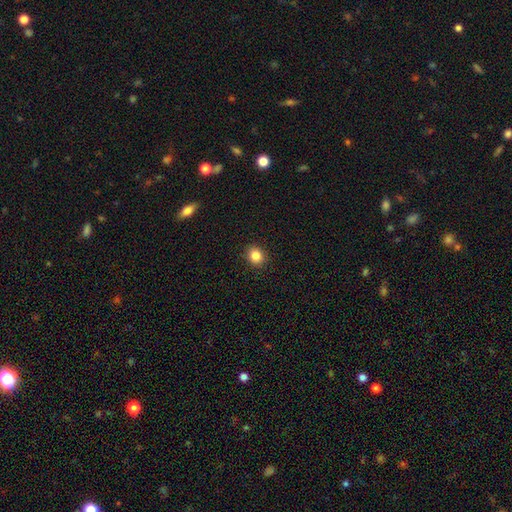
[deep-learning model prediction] A smooth galaxy with no disk features (84%) that is round (73%). Merging: none (92%).